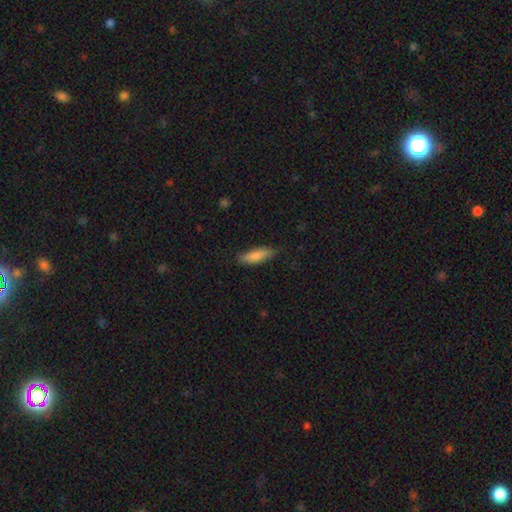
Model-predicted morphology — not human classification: Smooth or featured? smooth (81%)
How rounded? cigar-shaped (52%)
Merging? none (83%)